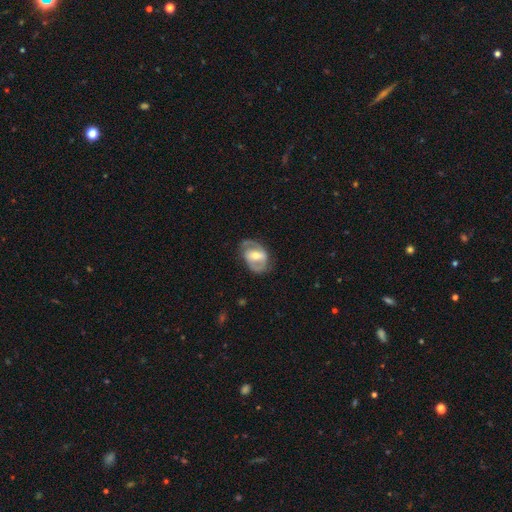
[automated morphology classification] Smooth or featured? featured or disk (74%)
Edge-on disk? no (96%)
Bar? weak (39%, tied with strong)
Spiral arms? yes (77%)
Spiral winding? medium (47%)
Spiral arm count? 2 (81%)
Bulge size? moderate (60%)
Merging? none (72%)